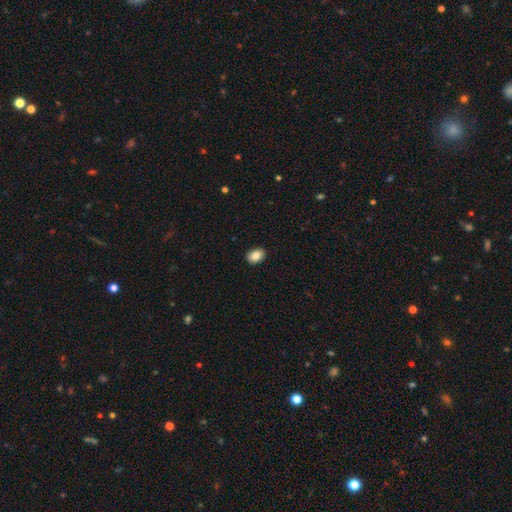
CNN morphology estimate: type=smooth (85%); roundness=in between (75%); merging=none (90%).